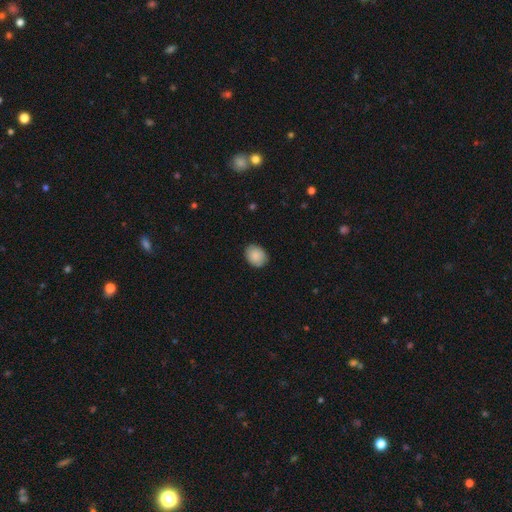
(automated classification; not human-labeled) Morphology: type=smooth (88%); roundness=in between (53%); merging=none (84%).